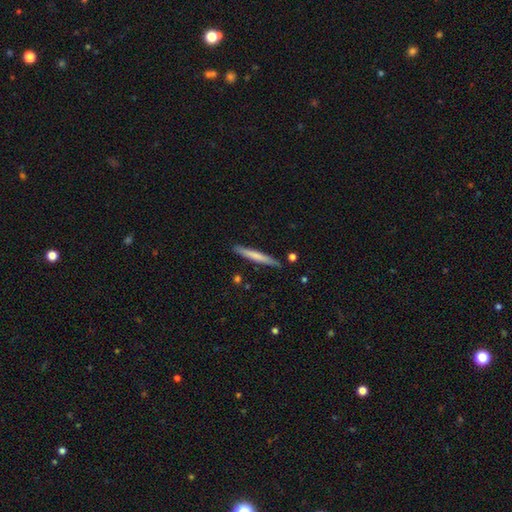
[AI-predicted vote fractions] smooth 64%, featured or disk 31%, star or artifact 5%. Down the decision tree: how rounded — cigar-shaped (96%); merging — none (89%).